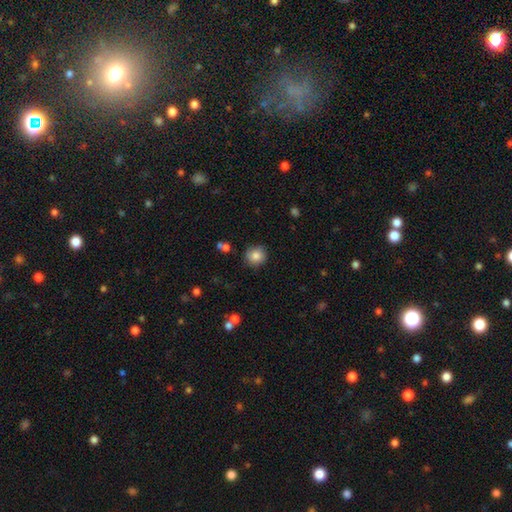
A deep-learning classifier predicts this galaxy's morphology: Smooth or featured: smooth — 82% (star or artifact — 9%)
How rounded: round — 90% (in between — 9%)
Merging: none — 81% (minor disturbance — 13%)